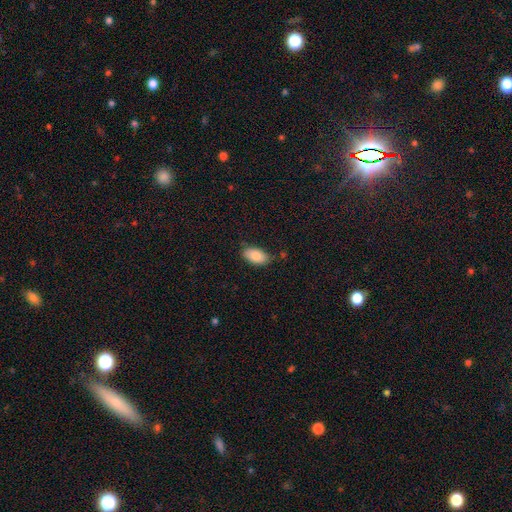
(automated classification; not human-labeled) smooth 85%, featured or disk 8%, star or artifact 7%. Down the decision tree: how rounded — in between (94%); merging — none (79%).